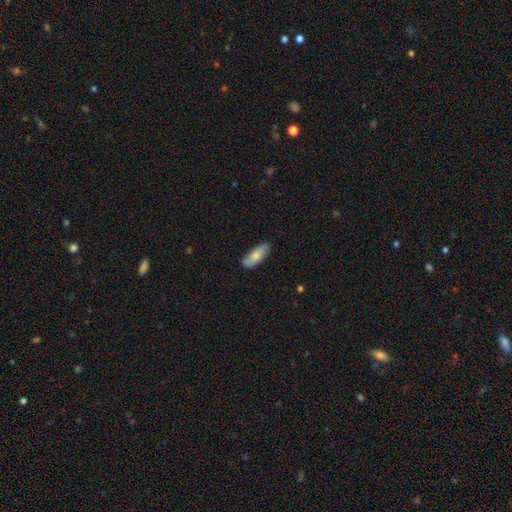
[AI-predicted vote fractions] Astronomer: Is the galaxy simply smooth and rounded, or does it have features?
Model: smooth — 75%.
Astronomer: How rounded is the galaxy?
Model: in between — 76%.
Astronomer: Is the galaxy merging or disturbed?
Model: none — 77%.